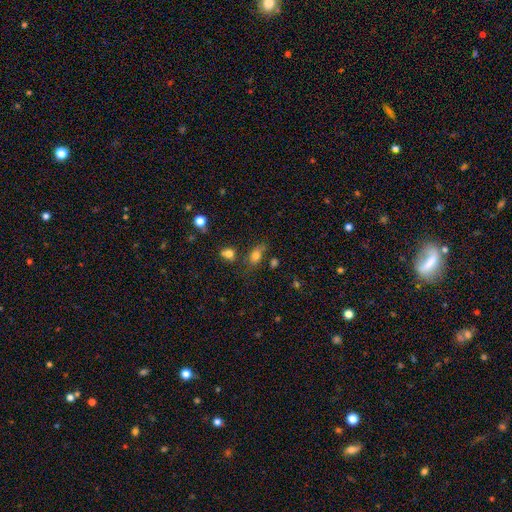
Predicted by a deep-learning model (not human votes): Smooth or featured: smooth — 77% (star or artifact — 14%)
How rounded: in between — 77% (round — 19%)
Merging: none — 57% (minor disturbance — 22%)